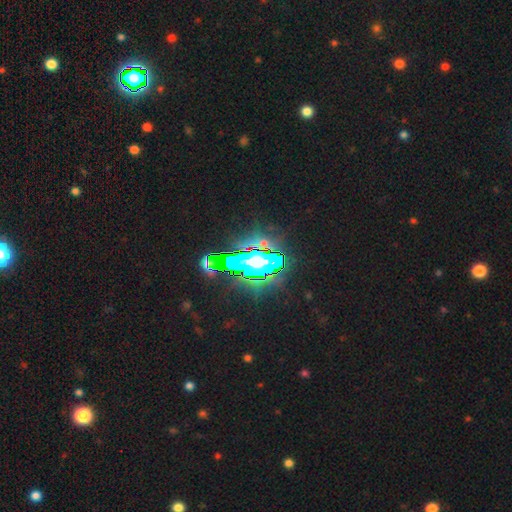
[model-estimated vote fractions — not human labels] This appears to be a star or artifact, not a galaxy (80%).